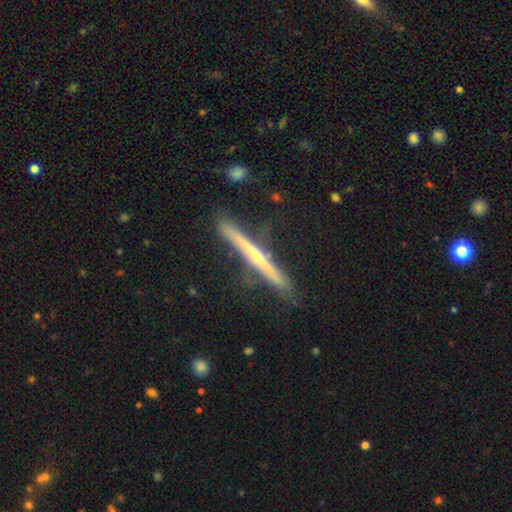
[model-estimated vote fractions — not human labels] Morphology: type=featured or disk (73%); edge-on=yes (98%); edge-on bulge=rounded (59%); merging=none (83%).